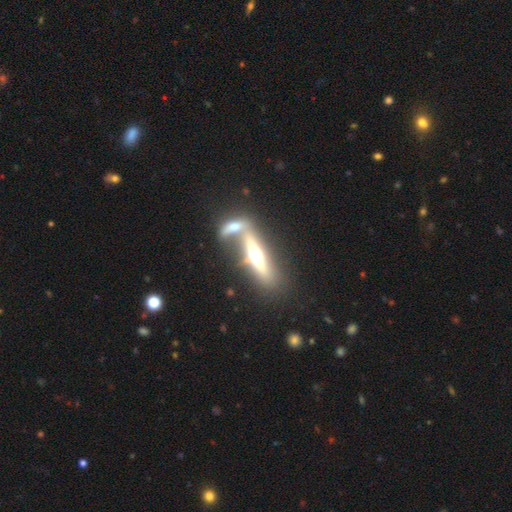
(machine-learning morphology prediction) This is likely a featured or disk galaxy (65%). It is clearly viewed edge-on (90%). Edge-on bulge: clearly rounded (91%). Merging: marginally merger (44%).